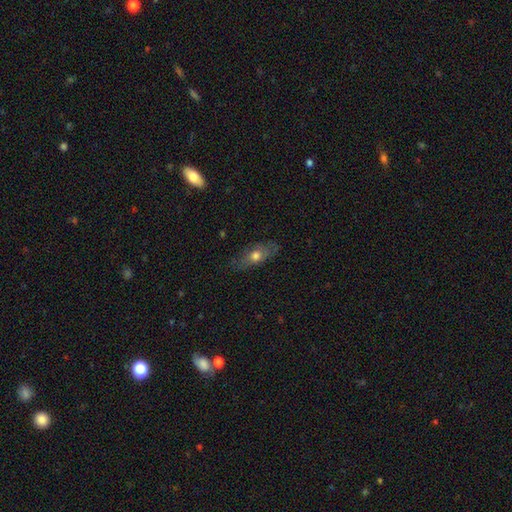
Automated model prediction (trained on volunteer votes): smooth 60%, featured or disk 33%, star or artifact 8%. Down the decision tree: how rounded — in between (70%); merging — none (69%).